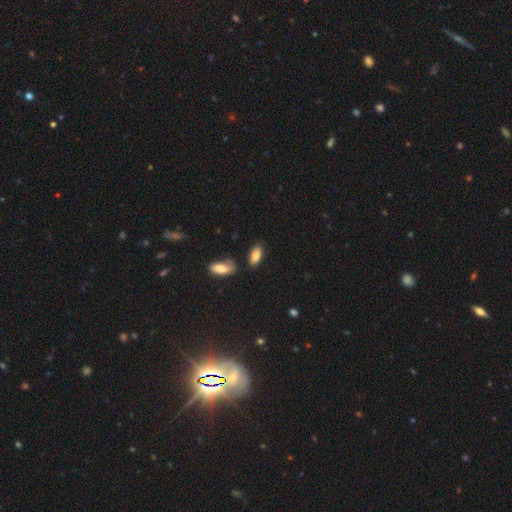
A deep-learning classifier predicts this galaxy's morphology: type=smooth (84%); roundness=in between (88%); merging=none (75%).